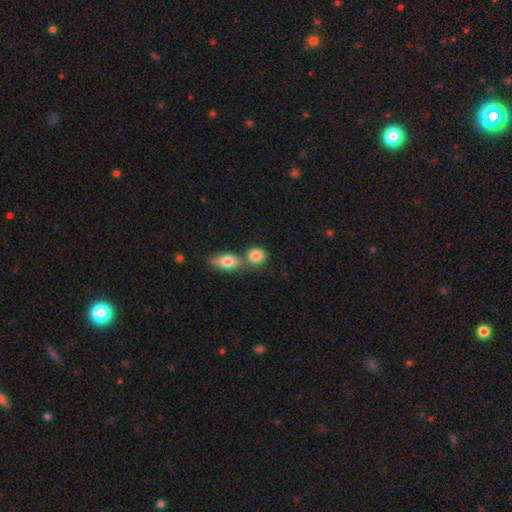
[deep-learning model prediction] Q: Smooth or featured?
A: smooth (84%); runner-up: star or artifact (8%)
Q: How rounded?
A: round (72%); runner-up: in between (26%)
Q: Merging?
A: none (47%); runner-up: merger (42%)